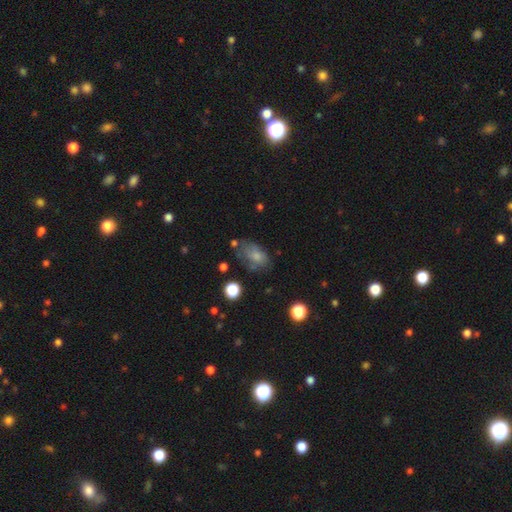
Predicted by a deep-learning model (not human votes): Overall: smooth (72%). How rounded: in between (86%). Merging: none (48%; minor disturbance 30%).